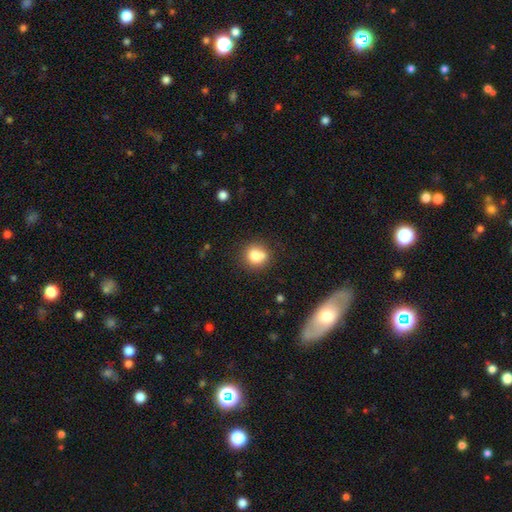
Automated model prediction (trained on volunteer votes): This is likely a smooth galaxy (77%). How rounded: clearly round (81%). Merging: possibly none (59%).